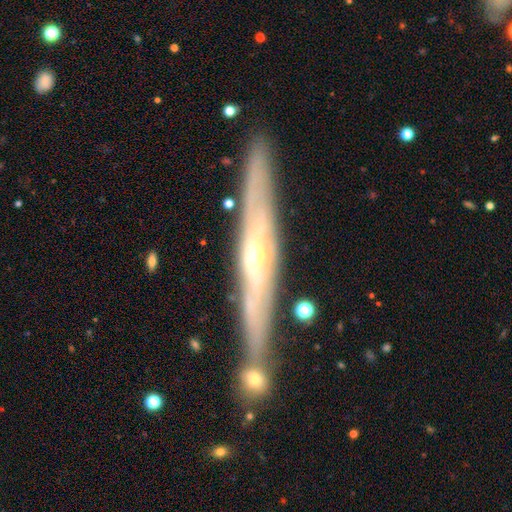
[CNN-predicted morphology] Smooth or featured: featured or disk — 80% (smooth — 12%)
Edge-on disk: yes — 92% (no — 8%)
Edge-on bulge: rounded — 62% (none — 31%)
Merging: none — 83% (minor disturbance — 10%)